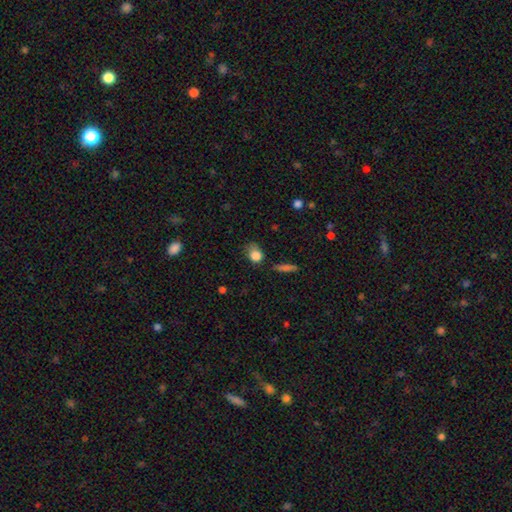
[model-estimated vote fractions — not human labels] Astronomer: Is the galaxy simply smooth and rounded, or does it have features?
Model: smooth — 82%.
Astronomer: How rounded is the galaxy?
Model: in between — 51% (runner-up: round, 46%).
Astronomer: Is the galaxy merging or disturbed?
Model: none — 47% (runner-up: minor disturbance, 33%).